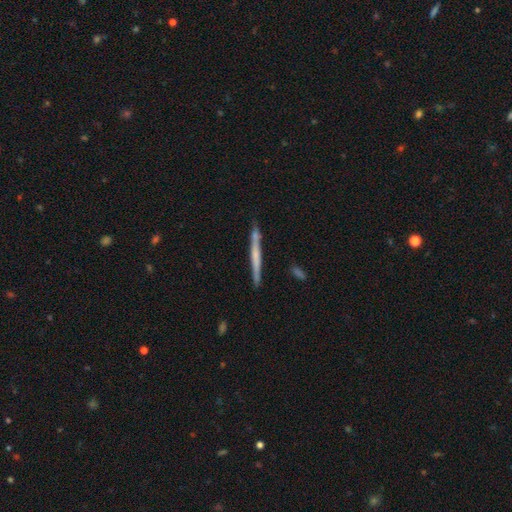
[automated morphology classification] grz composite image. It shows a featured or disk galaxy (52%) viewed edge-on (96%) with no central bulge (69%). Merging: none (85%).